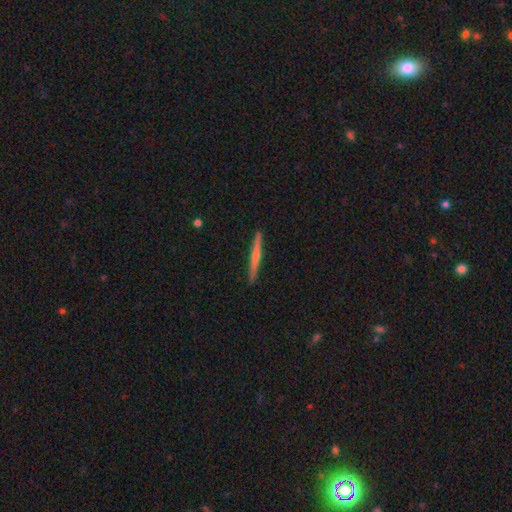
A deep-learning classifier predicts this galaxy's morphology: Smooth or featured: featured or disk — 65% (smooth — 27%)
Edge-on disk: yes — 97% (no — 3%)
Edge-on bulge: rounded — 70% (none — 23%)
Merging: none — 91% (minor disturbance — 6%)